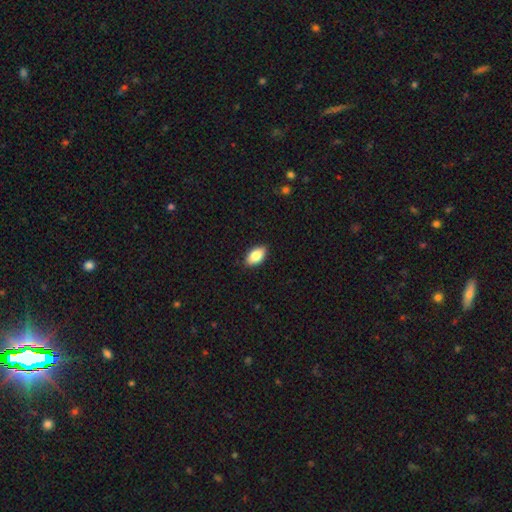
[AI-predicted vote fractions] A smooth galaxy with no disk features (85%) that is in between round and cigar-shaped (93%).

Vote fractions:
- Smooth or featured? smooth: 85% / featured or disk: 8% / star or artifact: 7%
- How rounded? in between: 93% / round: 5% / cigar-shaped: 2%
- Merging? none: 88% / minor disturbance: 9% / major disturbance: 2% / merger: 1%